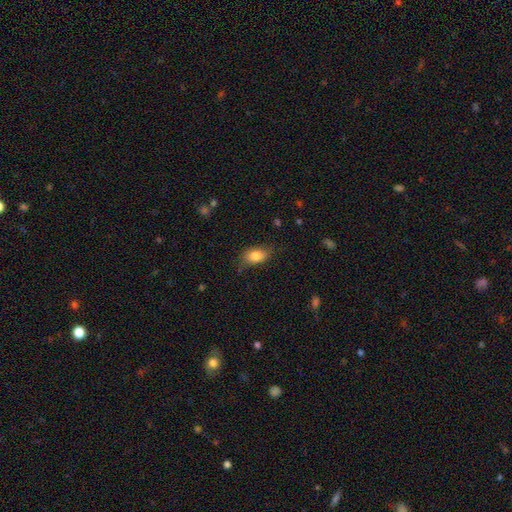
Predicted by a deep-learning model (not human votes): smooth-or-featured: smooth: 83% | featured or disk: 9% | star or artifact: 8%
  how-rounded: in between: 87% | round: 10% | cigar-shaped: 3%
  merging: none: 77% | minor disturbance: 17% | major disturbance: 4% | merger: 1%